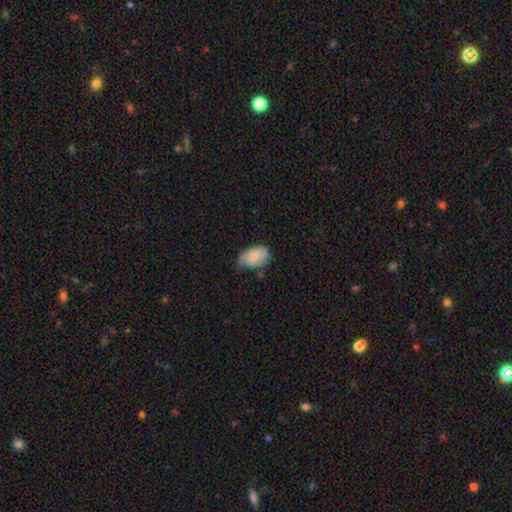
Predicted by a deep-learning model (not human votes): A smooth galaxy with no disk features (78%) that is in between round and cigar-shaped (89%). Merging: minor disturbance (46%).